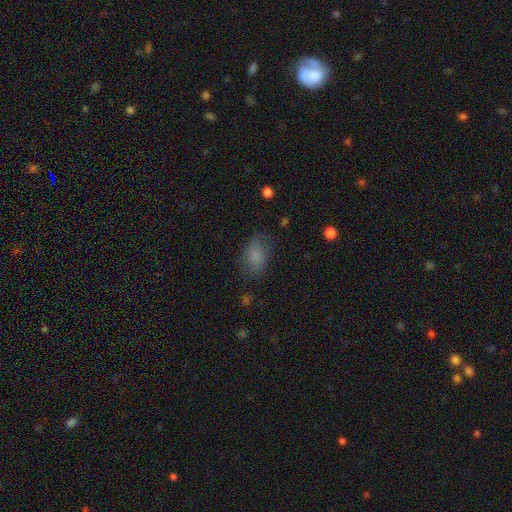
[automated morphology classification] type=smooth (81%); roundness=in between (87%); merging=none (72%).